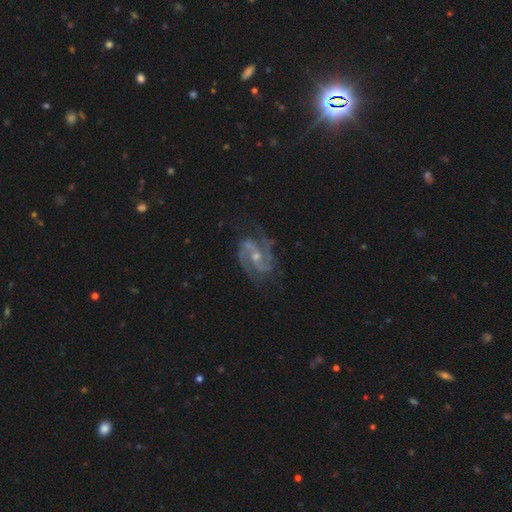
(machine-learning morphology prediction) smooth-or-featured: featured or disk: 91% | star or artifact: 5% | smooth: 4%
  disk-edge-on: no: 98% | yes: 2%
    bar: weak: 44% | no: 36% | strong: 20%
    has-spiral-arms: yes: 98% | no: 2%
      spiral-winding: medium: 59% | tight: 25% | loose: 16%
      spiral-arm-count: 2: 82% | 3: 8% | can't tell: 4% | 1: 2% | 4: 2% | more than 4: 2%
    bulge-size: small: 50% | moderate: 45% | none: 2% | large: 1% | dominant: 1%
  merging: none: 73% | minor disturbance: 18% | major disturbance: 8% | merger: 2%